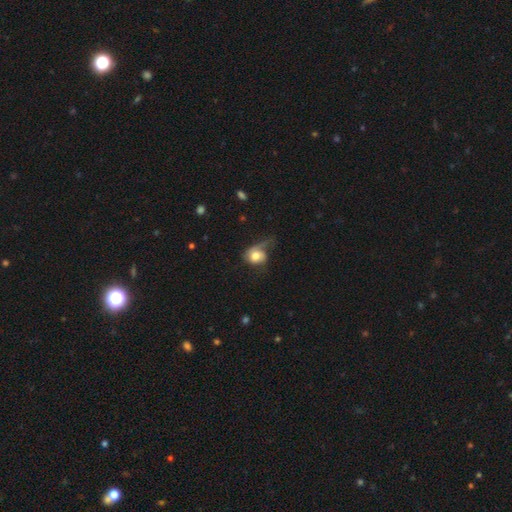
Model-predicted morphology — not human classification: smooth-or-featured: smooth: 61% | featured or disk: 31% | star or artifact: 8%
  how-rounded: round: 52% | in between: 47% | cigar-shaped: 1%
  merging: major disturbance: 44% | none: 26% | minor disturbance: 26% | merger: 4%